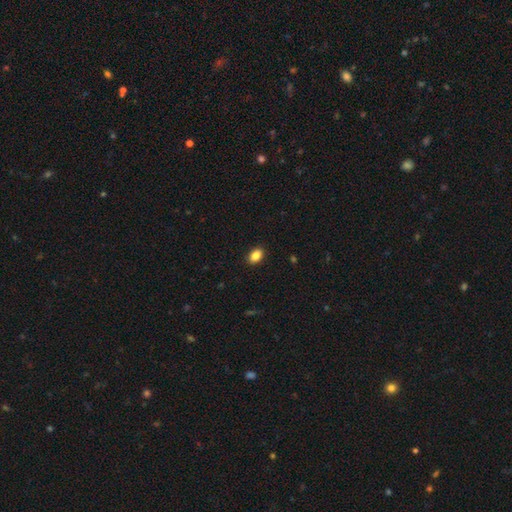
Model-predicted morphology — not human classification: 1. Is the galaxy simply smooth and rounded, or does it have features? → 87% smooth, 9% star or artifact, 4% featured or disk.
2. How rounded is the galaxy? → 83% in between, 15% round, 1% cigar-shaped.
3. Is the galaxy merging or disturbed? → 90% none, 7% minor disturbance, 2% major disturbance, 1% merger.